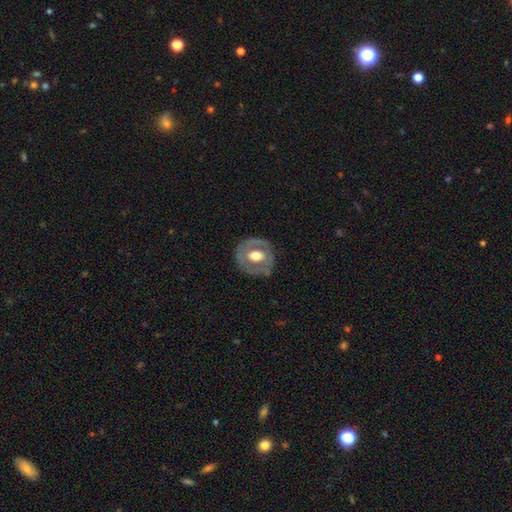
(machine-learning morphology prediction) This is possibly a featured or disk galaxy (58%). It is clearly not viewed edge-on (94%). Bar: likely no (67%). Spiral arm pattern: likely no (79%). Central bulge: possibly moderate (57%). Merging: likely none (76%).